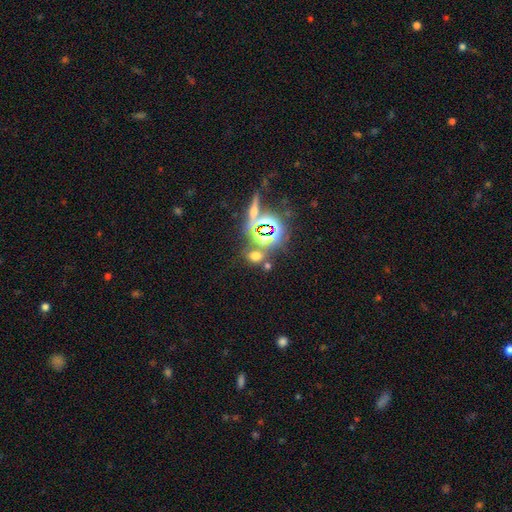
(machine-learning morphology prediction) The model was most divided on "smooth or featured": smooth: 47%, star or artifact: 43%, featured or disk: 10%. More confident: merging — none (67%).